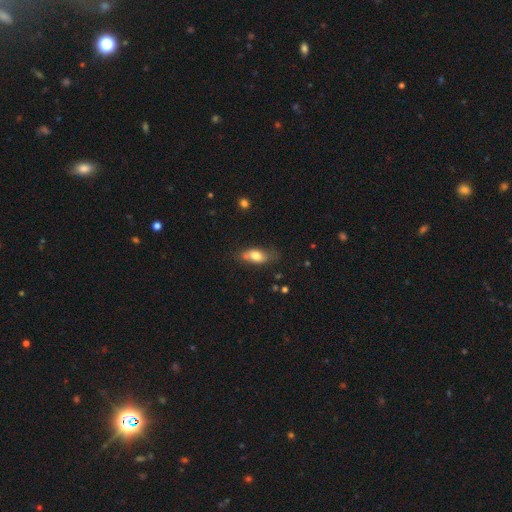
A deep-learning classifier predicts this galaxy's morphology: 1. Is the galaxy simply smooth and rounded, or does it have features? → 73% smooth, 20% featured or disk, 8% star or artifact.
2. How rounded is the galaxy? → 82% in between, 13% cigar-shaped, 5% round.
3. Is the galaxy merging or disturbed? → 62% none, 26% minor disturbance, 8% major disturbance, 5% merger.